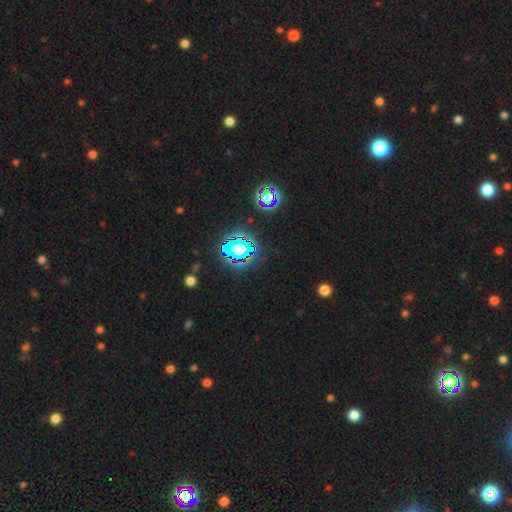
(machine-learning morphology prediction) Smooth or featured? Predicted: star or artifact (p=0.76).